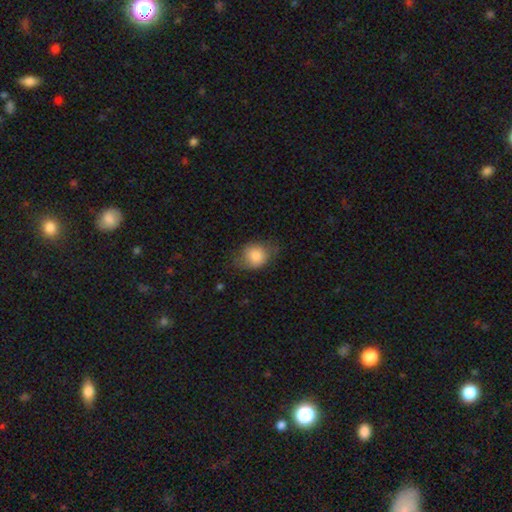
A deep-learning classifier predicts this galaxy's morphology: Smooth or featured? smooth (80%)
How rounded? round (52%)
Merging? none (59%)